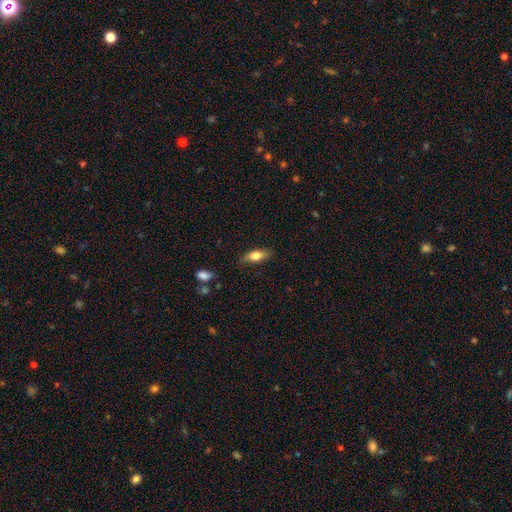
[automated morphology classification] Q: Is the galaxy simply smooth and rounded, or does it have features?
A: smooth — 71%.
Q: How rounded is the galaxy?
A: in between — 71%.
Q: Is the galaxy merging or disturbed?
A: none — 77%.